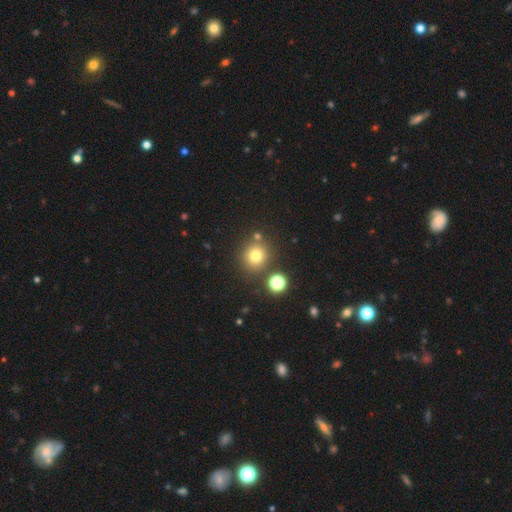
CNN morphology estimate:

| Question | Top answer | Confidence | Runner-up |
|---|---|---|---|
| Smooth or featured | smooth | 76% | star or artifact (16%) |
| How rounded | round | 90% | in between (9%) |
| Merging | none | 79% | merger (9%) |